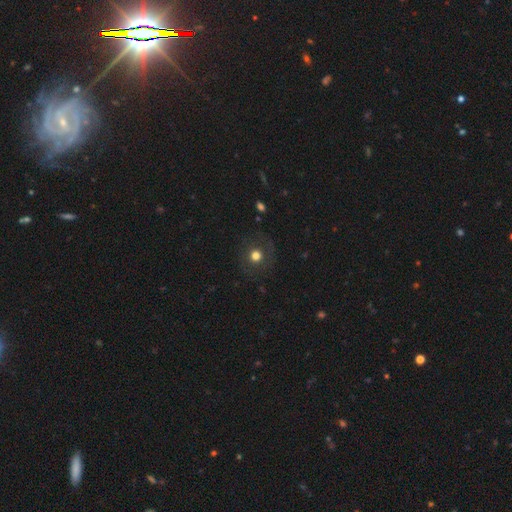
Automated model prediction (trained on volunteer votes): smooth_or_featured: smooth (p=0.64) [alt: featured or disk p=0.20]
how_rounded: round (p=0.91) [alt: in between p=0.08]
merging: none (p=0.82) [alt: minor disturbance p=0.10]